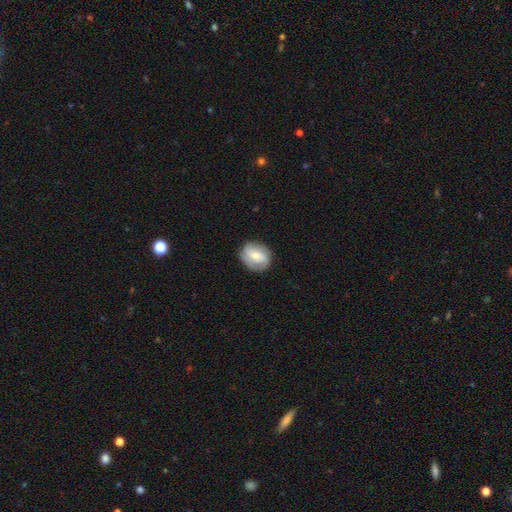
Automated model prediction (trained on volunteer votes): This appears to be a featured or disk galaxy (48%). Merging: none (78%).